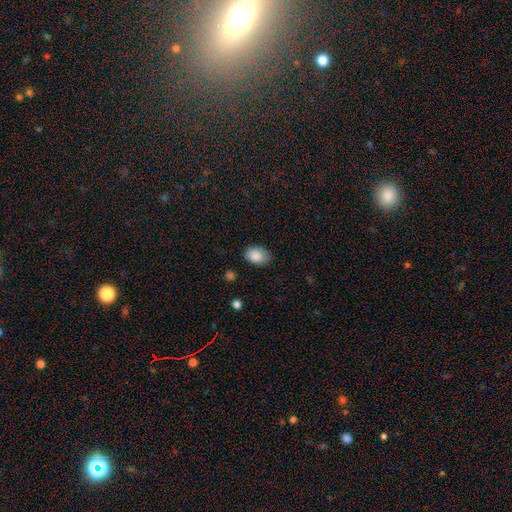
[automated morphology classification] smooth-or-featured: smooth: 87% | star or artifact: 8% | featured or disk: 5%
  how-rounded: in between: 81% | round: 18% | cigar-shaped: 1%
  merging: none: 77% | minor disturbance: 18% | major disturbance: 3% | merger: 1%